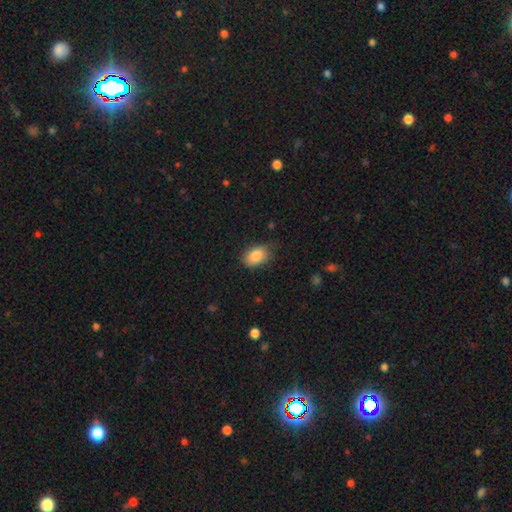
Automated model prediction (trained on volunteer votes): Overall: smooth (85%). How rounded: in between (86%). Merging: none (71%).